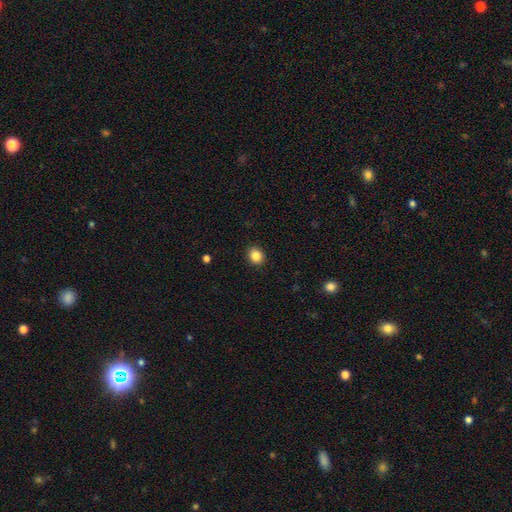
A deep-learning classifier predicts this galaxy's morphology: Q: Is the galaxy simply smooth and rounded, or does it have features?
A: smooth — 86%.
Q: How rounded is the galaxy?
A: round — 69%.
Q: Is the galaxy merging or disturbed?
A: none — 91%.